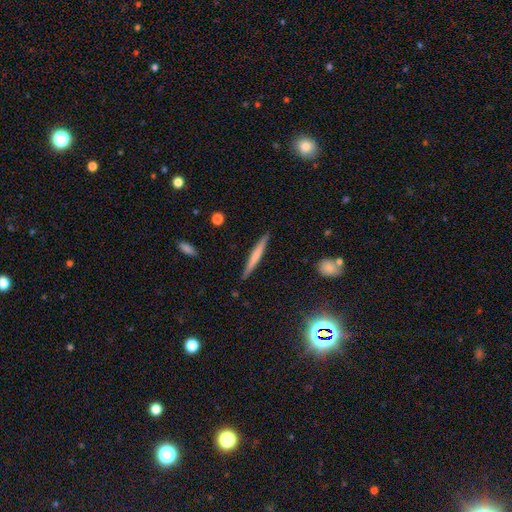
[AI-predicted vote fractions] This is possibly a smooth galaxy (55%). How rounded: clearly cigar-shaped (96%). Merging: clearly none (89%).